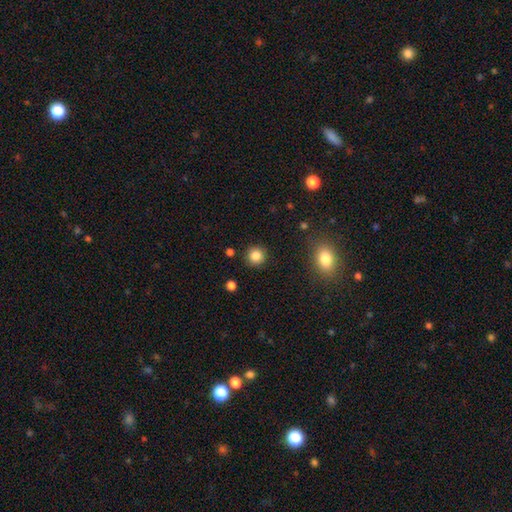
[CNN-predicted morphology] Smooth or featured? Predicted: smooth (p=0.85). How rounded? Predicted: round (p=0.93). Merging? Predicted: none (p=0.90).